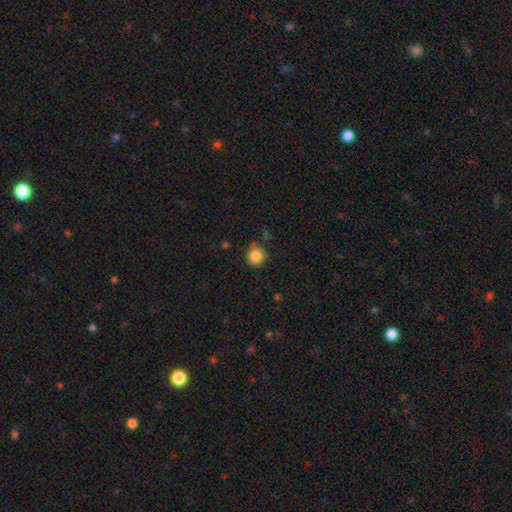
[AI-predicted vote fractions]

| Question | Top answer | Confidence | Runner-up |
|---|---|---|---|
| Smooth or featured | smooth | 85% | star or artifact (10%) |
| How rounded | round | 88% | in between (11%) |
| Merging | none | 77% | minor disturbance (15%) |